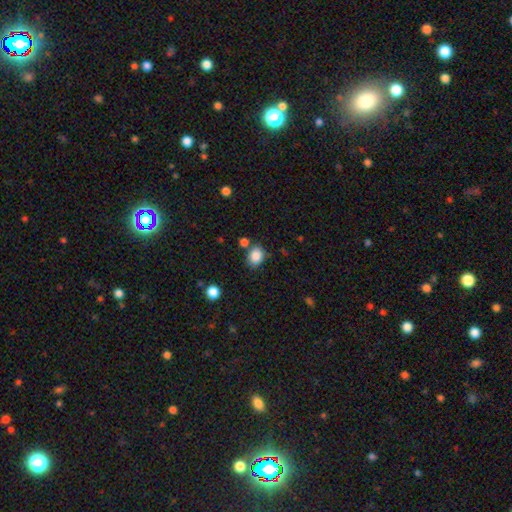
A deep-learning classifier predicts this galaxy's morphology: This is clearly a smooth galaxy (86%). How rounded: possibly in between (55%). Merging: likely none (71%).